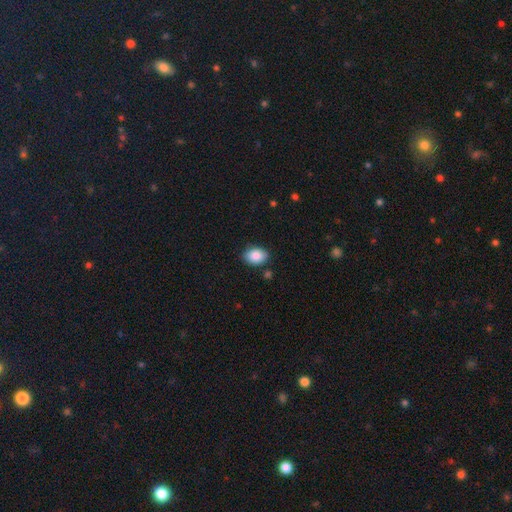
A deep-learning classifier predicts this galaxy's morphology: smooth 88%, star or artifact 7%, featured or disk 4%. Down the decision tree: how rounded — in between (76%); merging — none (83%).